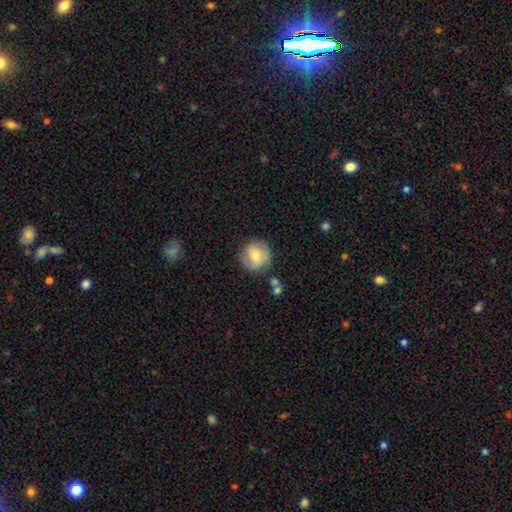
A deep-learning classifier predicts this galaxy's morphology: This appears to be a smooth galaxy with no disk features (66%) that is round (92%). Merging: none (78%).